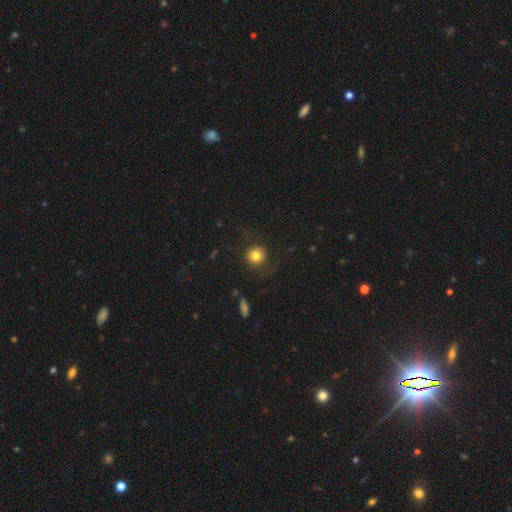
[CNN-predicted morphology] This is likely a smooth galaxy (79%). How rounded: clearly round (91%). Merging: likely none (79%).